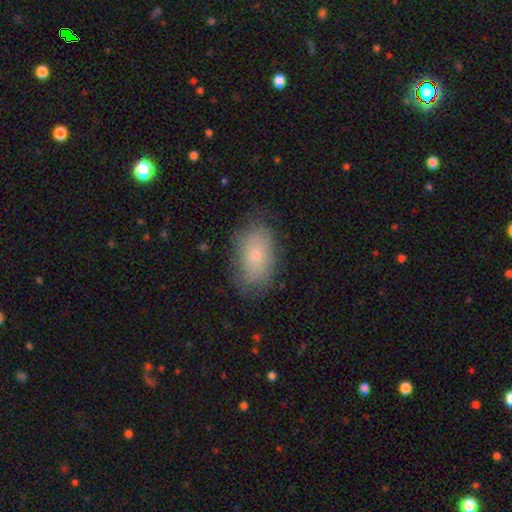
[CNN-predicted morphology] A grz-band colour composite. It shows a smooth galaxy with no disk features (67%) that is in between round and cigar-shaped (90%). Merging: none (71%).